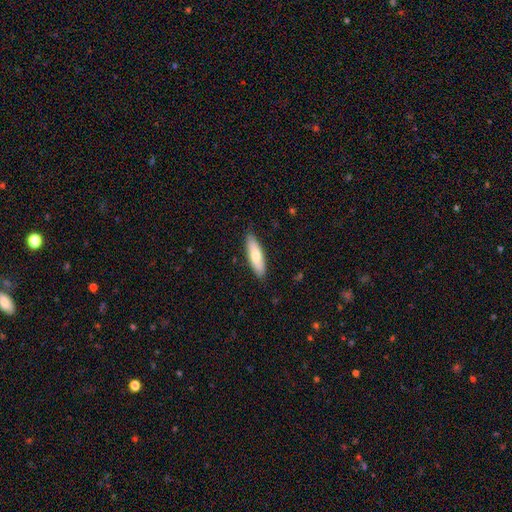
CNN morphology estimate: A smooth galaxy with no disk features (71%) that is cigar-shaped (56%). Merging: none (87%).